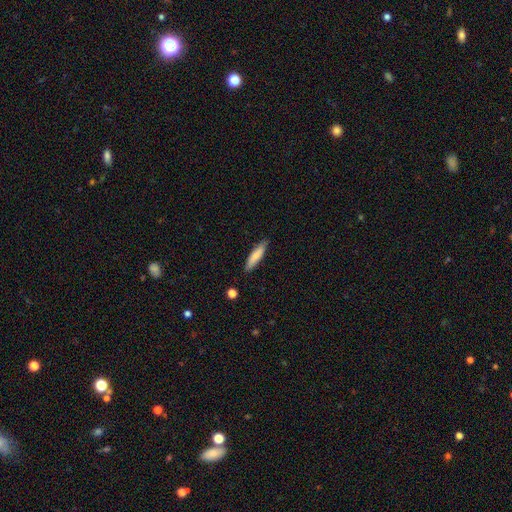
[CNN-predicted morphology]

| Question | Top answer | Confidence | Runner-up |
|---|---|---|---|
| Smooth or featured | smooth | 76% | featured or disk (18%) |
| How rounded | cigar-shaped | 78% | in between (21%) |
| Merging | none | 87% | minor disturbance (10%) |